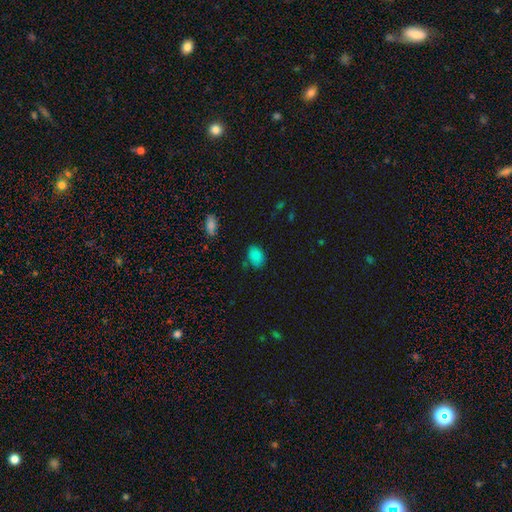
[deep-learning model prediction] A smooth galaxy with no disk features (84%) that is in between round and cigar-shaped (81%).

Vote fractions:
- Smooth or featured? smooth: 84% / star or artifact: 11% / featured or disk: 4%
- How rounded? in between: 81% / round: 18% / cigar-shaped: 1%
- Merging? none: 74% / minor disturbance: 19% / major disturbance: 4% / merger: 3%